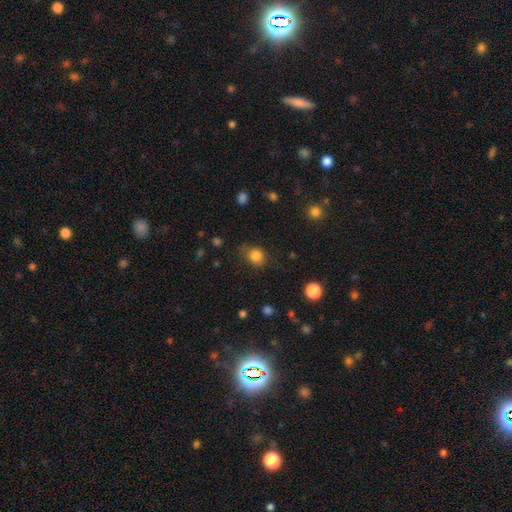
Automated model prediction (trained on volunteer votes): This appears to be a smooth galaxy with no disk features (83%) that is round (71%). Merging: none (70%).